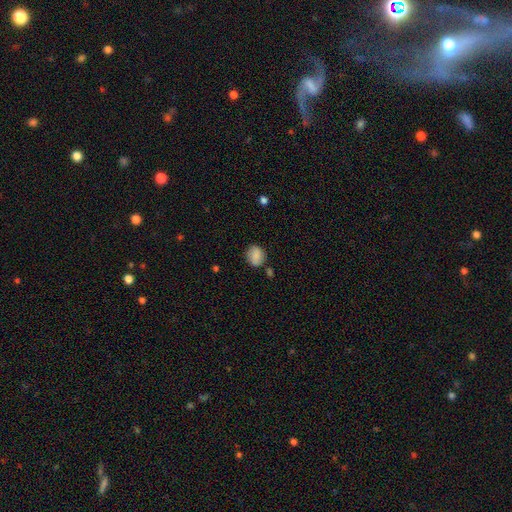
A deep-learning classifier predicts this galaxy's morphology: A smooth galaxy with no disk features (84%) that is round (64%). Merging: none (78%).